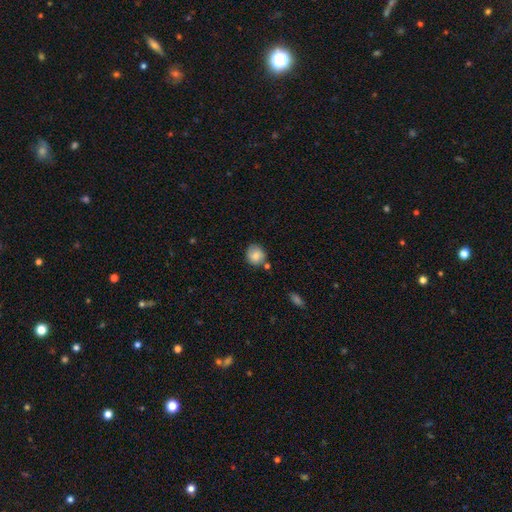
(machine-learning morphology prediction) Smooth or featured: smooth — 81% (featured or disk — 10%)
How rounded: round — 84% (in between — 15%)
Merging: none — 71% (minor disturbance — 17%)